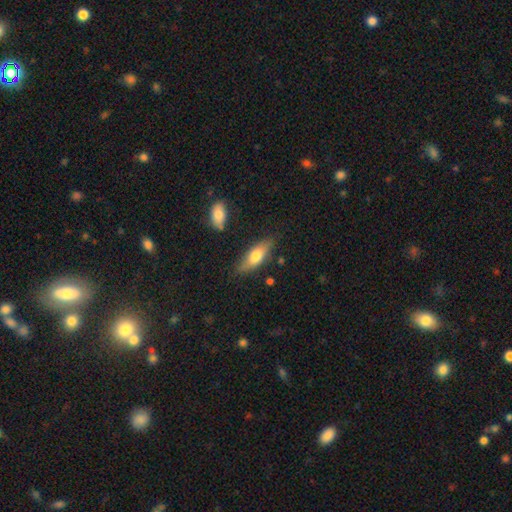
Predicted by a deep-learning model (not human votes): Morphology: type=smooth (65%); roundness=in between (66%); merging=none (77%).